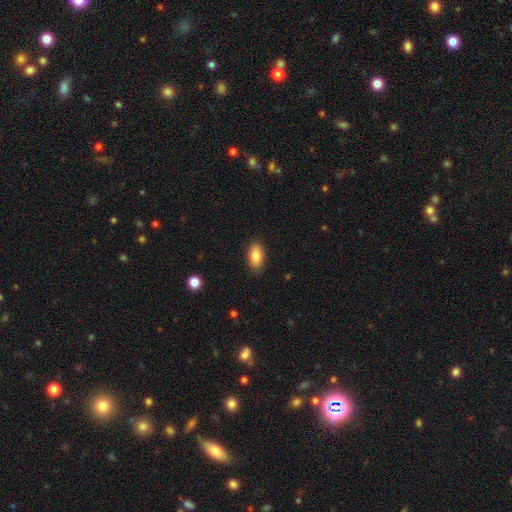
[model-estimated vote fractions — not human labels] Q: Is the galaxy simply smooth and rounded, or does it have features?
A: smooth — 86%.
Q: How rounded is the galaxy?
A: in between — 92%.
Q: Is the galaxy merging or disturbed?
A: none — 88%.